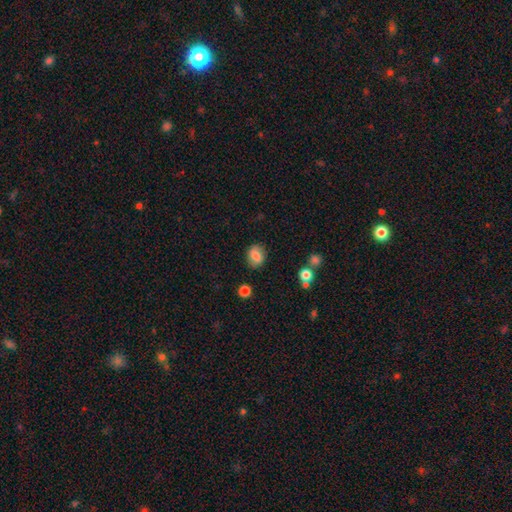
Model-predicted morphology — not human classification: smooth 77%, featured or disk 14%, star or artifact 9%. Down the decision tree: how rounded — round (49%, tied with in between); merging — none (82%).